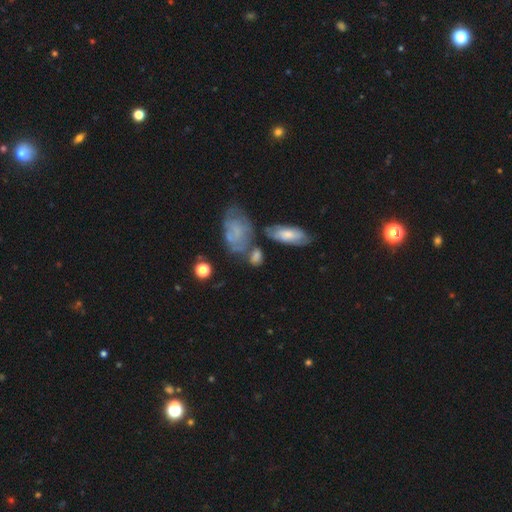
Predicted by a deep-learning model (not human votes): A smooth galaxy with no disk features (61%) that is in between round and cigar-shaped (69%).

Vote fractions:
- Smooth or featured? smooth: 61% / featured or disk: 28% / star or artifact: 11%
- How rounded? in between: 69% / round: 25% / cigar-shaped: 6%
- Merging? none: 50% / minor disturbance: 21% / merger: 19% / major disturbance: 11%